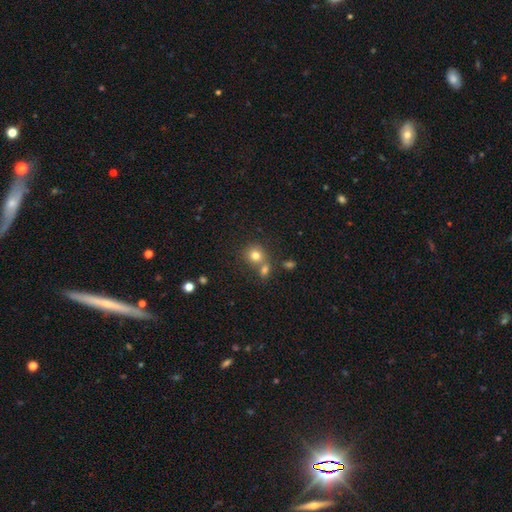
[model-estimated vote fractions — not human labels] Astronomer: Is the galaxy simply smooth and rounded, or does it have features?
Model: smooth — 77%.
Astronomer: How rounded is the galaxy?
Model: round — 80%.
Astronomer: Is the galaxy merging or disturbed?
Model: none — 50% (runner-up: merger, 38%).